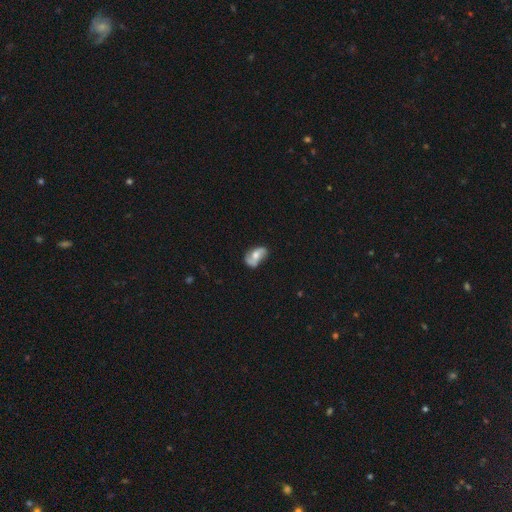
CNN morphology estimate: This appears to be a featured or disk galaxy (57%) with no bar (60%), spiral arms (80%) and a moderate central bulge (61%). Merging: none (58%).